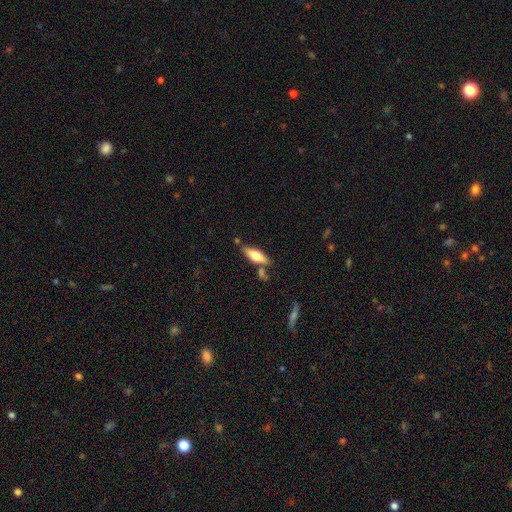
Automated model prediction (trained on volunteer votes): Smooth or featured?
  - smooth: 52% *
  - featured or disk: 42%
  - star or artifact: 6%
How rounded?
  - in between: 52% *
  - cigar-shaped: 45%
  - round: 2%
Merging?
  - none: 71% *
  - minor disturbance: 14%
  - merger: 11%
  - major disturbance: 4%